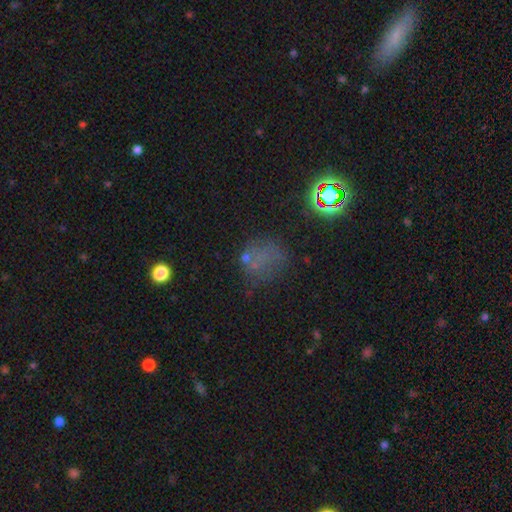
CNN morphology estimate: type=smooth (42%); merging=none (54%).